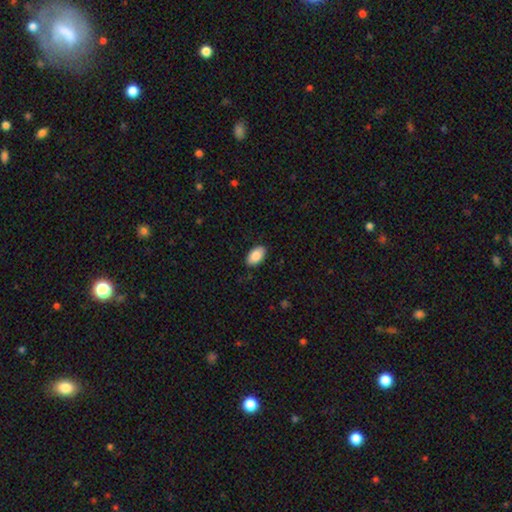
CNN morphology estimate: type=smooth (87%); roundness=in between (94%); merging=none (88%).